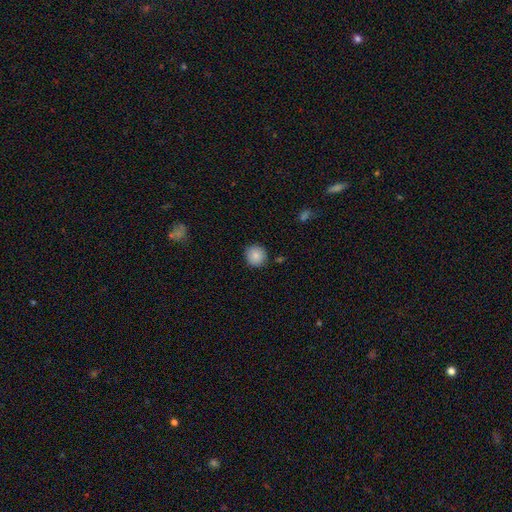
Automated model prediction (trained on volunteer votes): Overall: smooth (87%). How rounded: round (93%). Merging: none (88%).